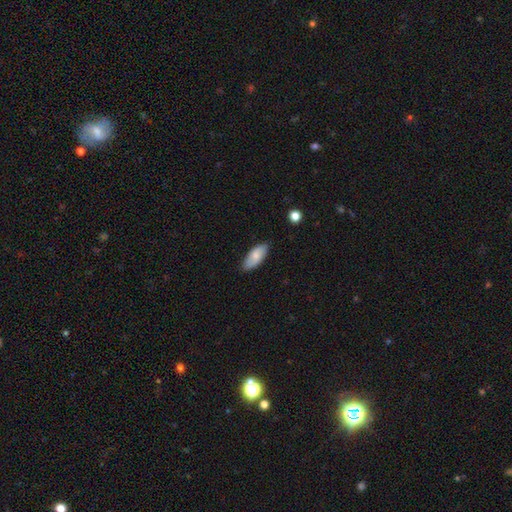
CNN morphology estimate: smooth 74%, featured or disk 20%, star or artifact 6%. Down the decision tree: how rounded — in between (88%); merging — none (81%).